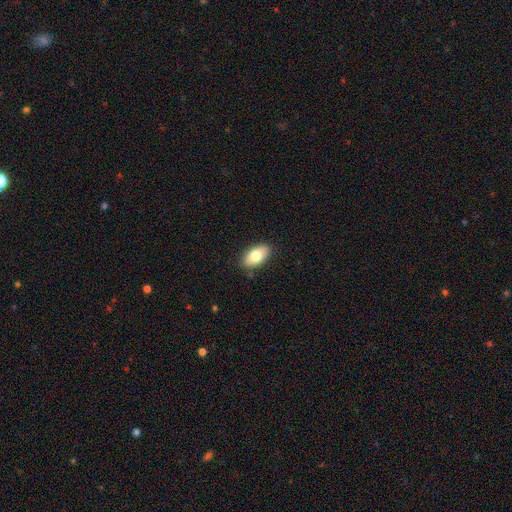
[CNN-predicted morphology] Smooth or featured?
  - smooth: 79% *
  - featured or disk: 15%
  - star or artifact: 7%
How rounded?
  - in between: 93% *
  - round: 4%
  - cigar-shaped: 3%
Merging?
  - none: 87% *
  - minor disturbance: 10%
  - major disturbance: 2%
  - merger: 1%